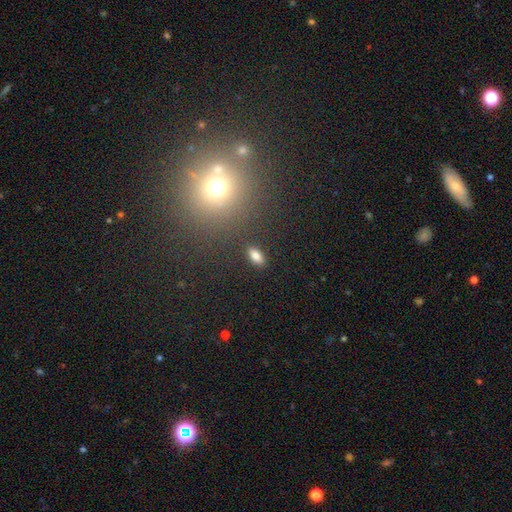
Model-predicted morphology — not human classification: The model was most divided on "smooth or featured": smooth: 82%, star or artifact: 11%, featured or disk: 7%. More confident: how rounded — in between (88%); merging — none (87%).